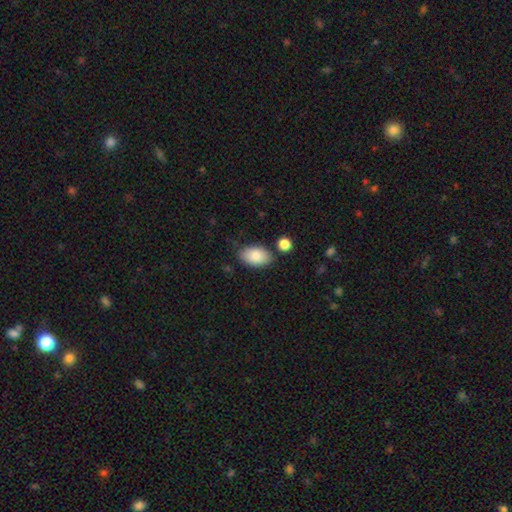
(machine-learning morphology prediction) Smooth or featured: smooth — 86% (featured or disk — 8%)
How rounded: in between — 93% (round — 5%)
Merging: none — 77% (minor disturbance — 15%)